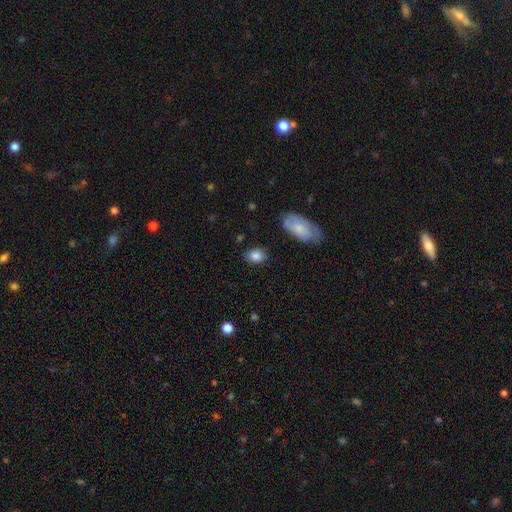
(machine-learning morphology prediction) type=smooth (85%); roundness=in between (73%); merging=none (85%).